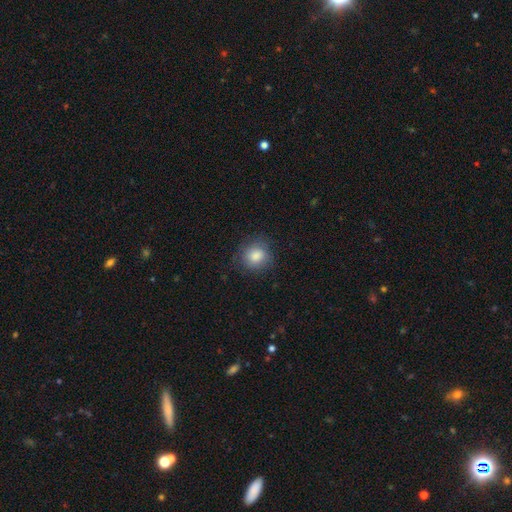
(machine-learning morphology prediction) smooth_or_featured: smooth (p=0.83) [alt: star or artifact p=0.09]
how_rounded: round (p=0.79) [alt: in between p=0.20]
merging: none (p=0.77) [alt: minor disturbance p=0.17]